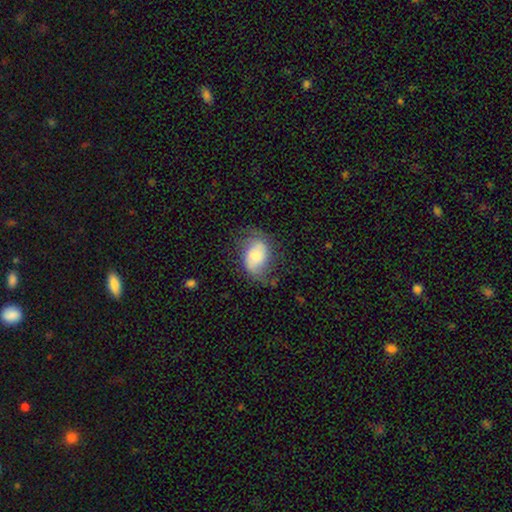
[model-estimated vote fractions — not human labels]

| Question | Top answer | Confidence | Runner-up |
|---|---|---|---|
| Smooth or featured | featured or disk | 46% | tied: smooth (46%) |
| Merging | none | 55% | minor disturbance (26%) |